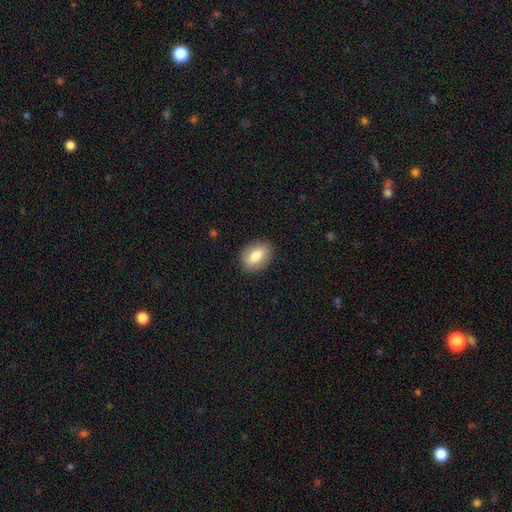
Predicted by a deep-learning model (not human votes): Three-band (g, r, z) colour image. It shows a smooth galaxy with no disk features (81%) that is in between round and cigar-shaped (81%). Merging: none (87%).